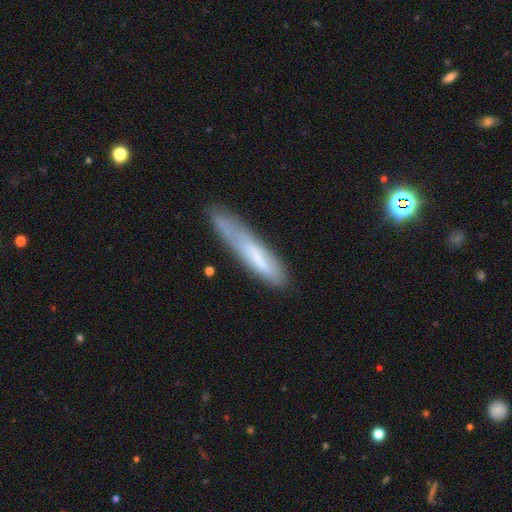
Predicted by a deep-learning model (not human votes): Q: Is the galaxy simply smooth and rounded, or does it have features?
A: smooth — 60%.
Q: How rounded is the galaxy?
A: cigar-shaped — 87%.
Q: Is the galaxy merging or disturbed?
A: none — 58%.